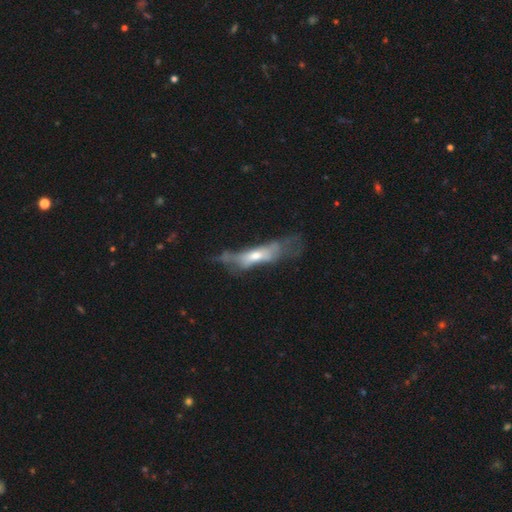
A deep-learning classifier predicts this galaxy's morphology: featured or disk 55%, smooth 35%, star or artifact 10%. Down the decision tree: edge-on disk — no (56%); merging — major disturbance (35%, tied with none).